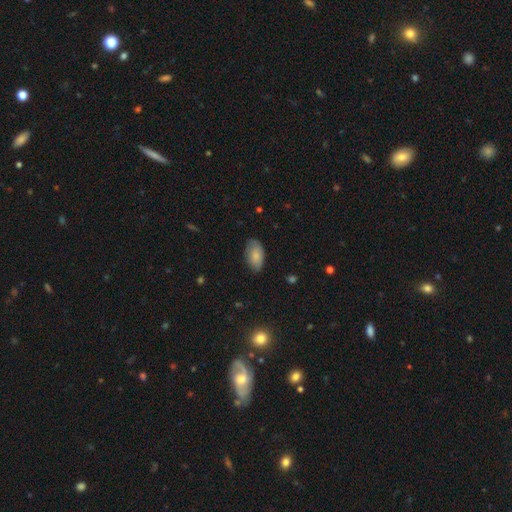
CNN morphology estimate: smooth_or_featured: smooth (p=0.82) [alt: featured or disk p=0.12]
how_rounded: in between (p=0.94) [alt: round p=0.04]
merging: none (p=0.75) [alt: minor disturbance p=0.20]